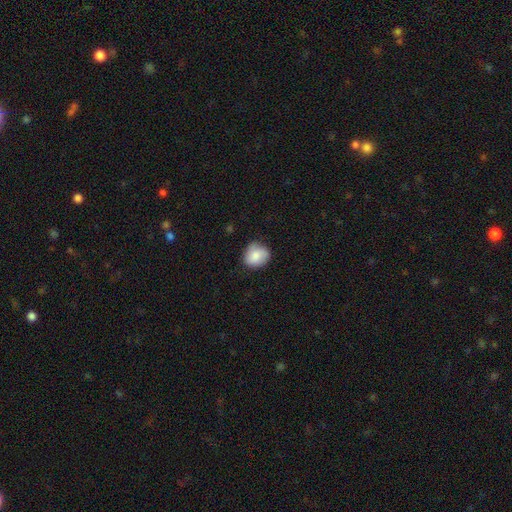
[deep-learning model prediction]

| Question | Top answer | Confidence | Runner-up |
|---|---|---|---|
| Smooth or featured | smooth | 83% | featured or disk (10%) |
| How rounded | round | 72% | in between (28%) |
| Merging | none | 72% | minor disturbance (23%) |